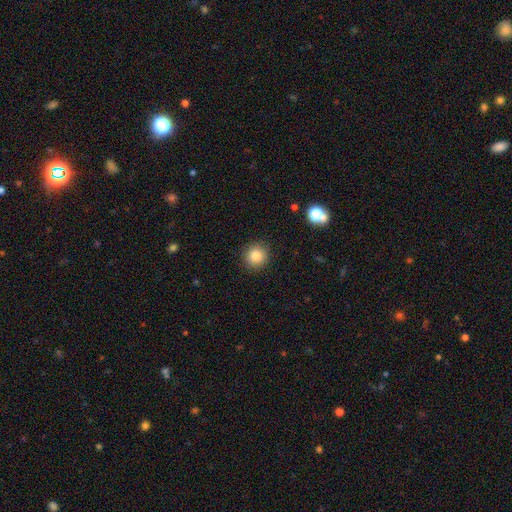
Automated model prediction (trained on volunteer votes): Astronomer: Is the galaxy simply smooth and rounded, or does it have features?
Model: smooth — 83%.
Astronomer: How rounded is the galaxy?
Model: round — 93%.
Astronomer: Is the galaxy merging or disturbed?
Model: none — 91%.